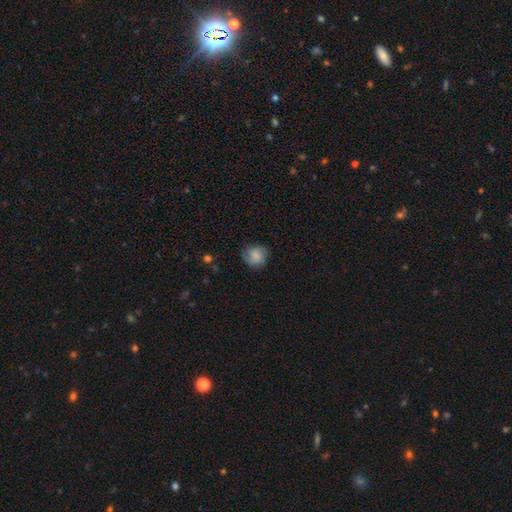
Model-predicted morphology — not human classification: Smooth or featured? smooth (79%)
How rounded? round (83%)
Merging? none (76%)